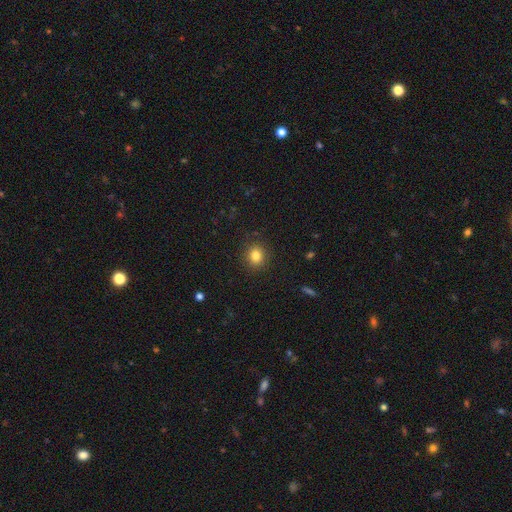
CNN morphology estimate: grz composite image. It shows a smooth galaxy with no disk features (82%) that is round (79%). Merging: none (89%).